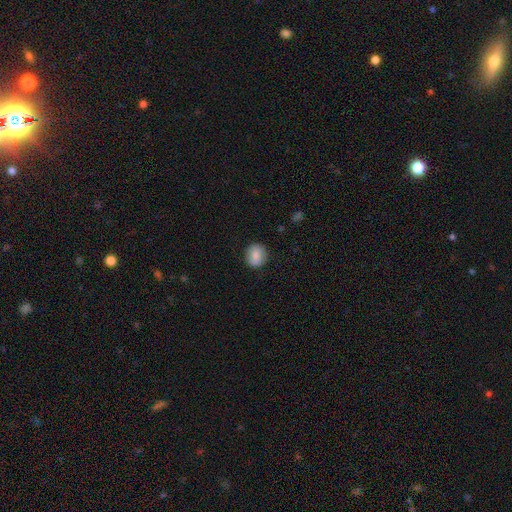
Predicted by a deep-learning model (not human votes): Overall: smooth (76%). How rounded: round (80%). Merging: none (87%).